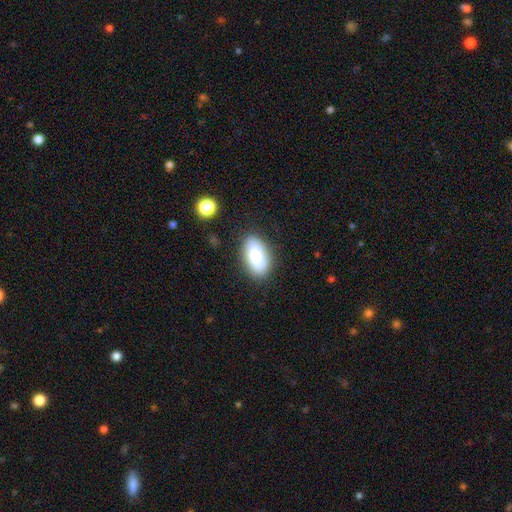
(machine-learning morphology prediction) Smooth or featured: smooth — 80% (featured or disk — 13%)
How rounded: in between — 93% (round — 4%)
Merging: none — 82% (minor disturbance — 12%)